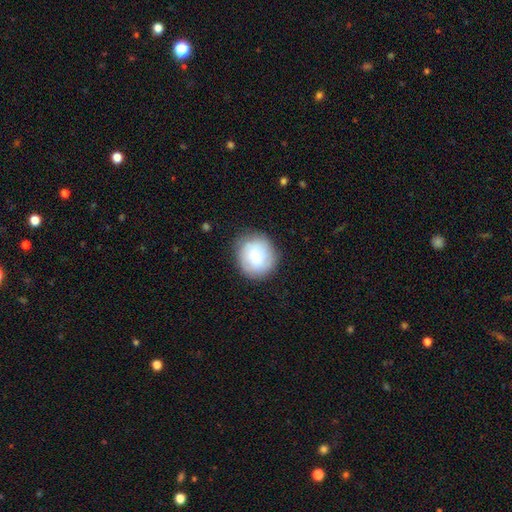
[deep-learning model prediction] Smooth or featured? smooth (65%)
How rounded? round (83%)
Merging? none (80%)